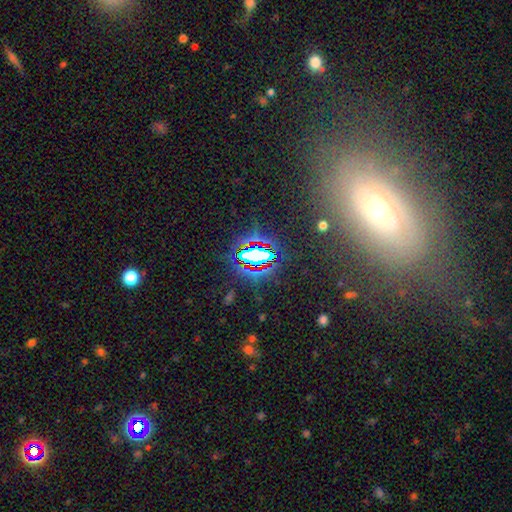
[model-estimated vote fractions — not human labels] star or artifact 74%, smooth 14%, featured or disk 11%.